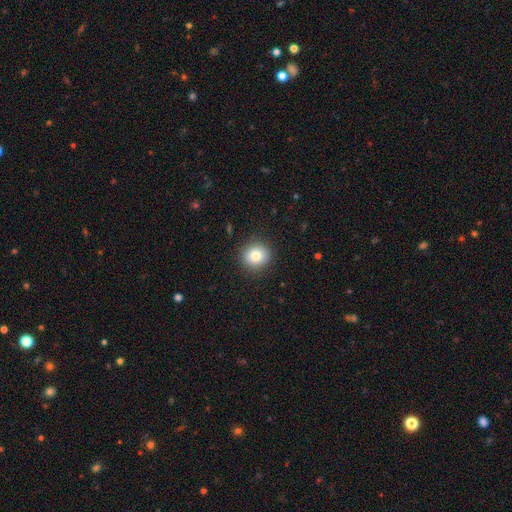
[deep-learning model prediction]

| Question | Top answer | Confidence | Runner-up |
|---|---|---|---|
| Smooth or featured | smooth | 82% | star or artifact (10%) |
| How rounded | round | 88% | in between (11%) |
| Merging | none | 90% | minor disturbance (7%) |